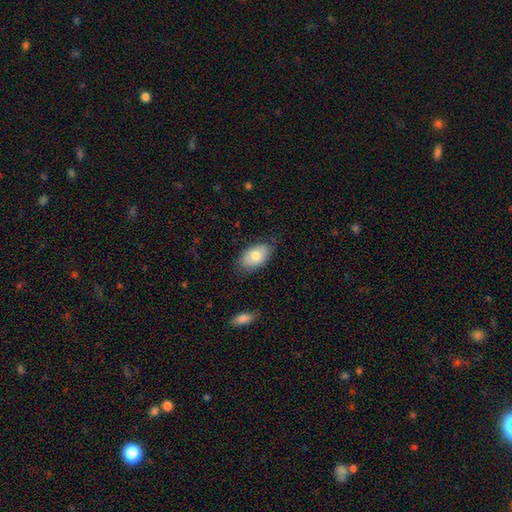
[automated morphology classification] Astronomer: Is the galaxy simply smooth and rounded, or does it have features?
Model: smooth — 72%.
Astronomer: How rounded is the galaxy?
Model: in between — 92%.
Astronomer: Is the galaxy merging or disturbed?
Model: none — 77%.